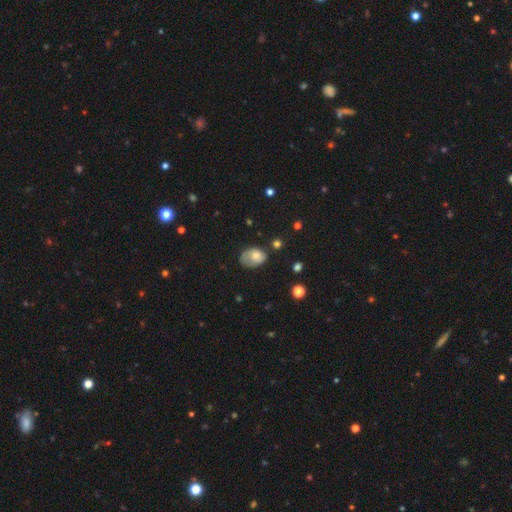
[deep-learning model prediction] A smooth galaxy with no disk features (71%) that is in between round and cigar-shaped (74%).

Vote fractions:
- Smooth or featured? smooth: 71% / featured or disk: 20% / star or artifact: 9%
- How rounded? in between: 74% / round: 25% / cigar-shaped: 1%
- Merging? none: 39% / minor disturbance: 37% / major disturbance: 19% / merger: 4%